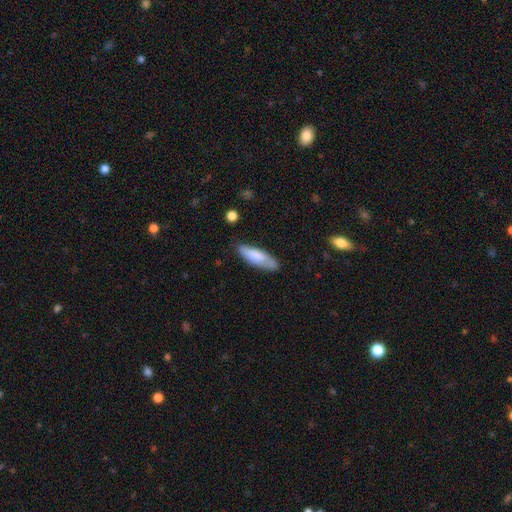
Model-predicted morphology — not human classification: Overall: smooth (78%). How rounded: in between (53%; cigar-shaped 46%). Merging: none (72%).